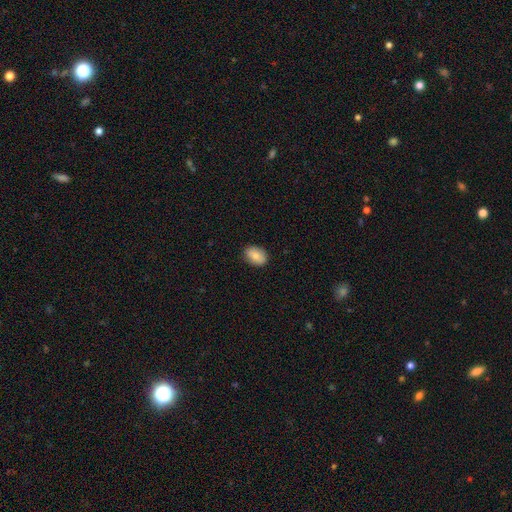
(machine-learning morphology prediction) This is clearly a smooth galaxy (81%). How rounded: clearly in between (81%). Merging: clearly none (87%).